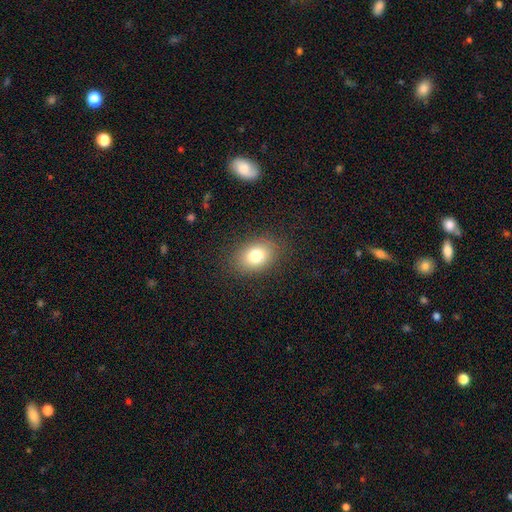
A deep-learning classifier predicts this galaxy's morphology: The model was most divided on "how rounded": in between: 75%, round: 23%, cigar-shaped: 1%. More confident: merging — none (85%); smooth or featured — smooth (79%).